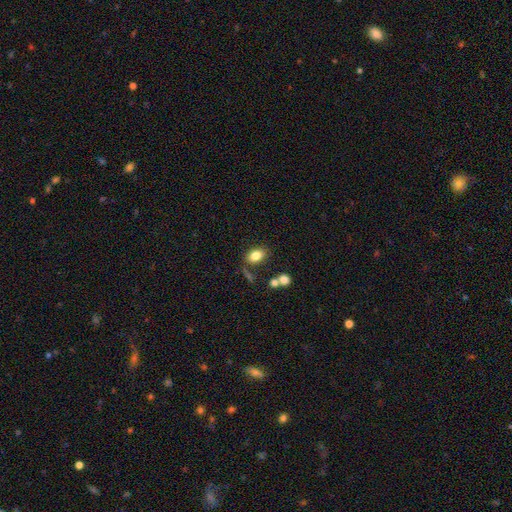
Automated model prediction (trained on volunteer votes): This appears to be a smooth galaxy with no disk features (82%) that is in between round and cigar-shaped (85%). Merging: none (74%).